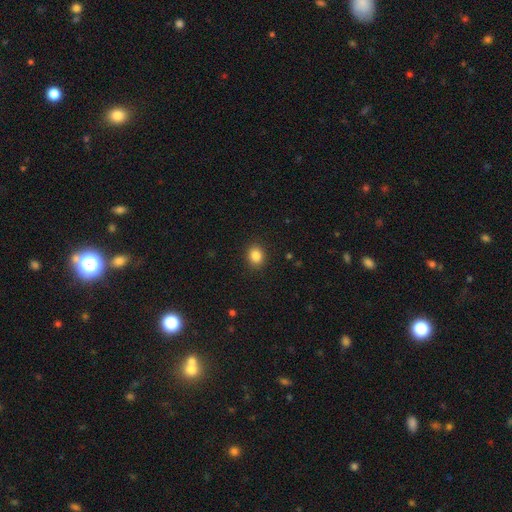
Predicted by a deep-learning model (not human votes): smooth-or-featured: smooth: 86% | star or artifact: 10% | featured or disk: 4%
  how-rounded: round: 56% | in between: 43% | cigar-shaped: 1%
  merging: none: 90% | minor disturbance: 7% | major disturbance: 2% | merger: 1%